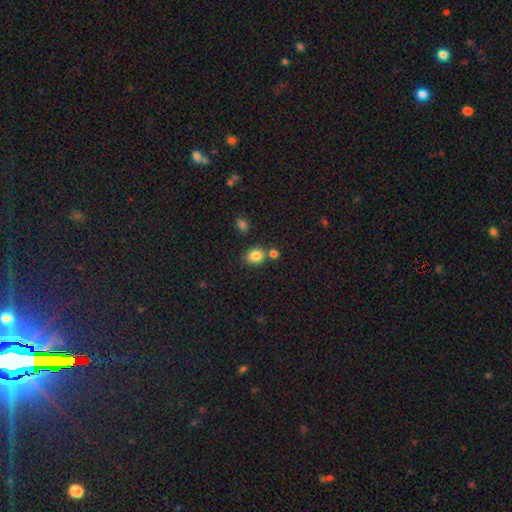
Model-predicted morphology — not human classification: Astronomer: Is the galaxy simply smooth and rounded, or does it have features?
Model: smooth — 84%.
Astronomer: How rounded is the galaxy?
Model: round — 54% (runner-up: in between, 45%).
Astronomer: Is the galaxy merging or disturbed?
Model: none — 65%.